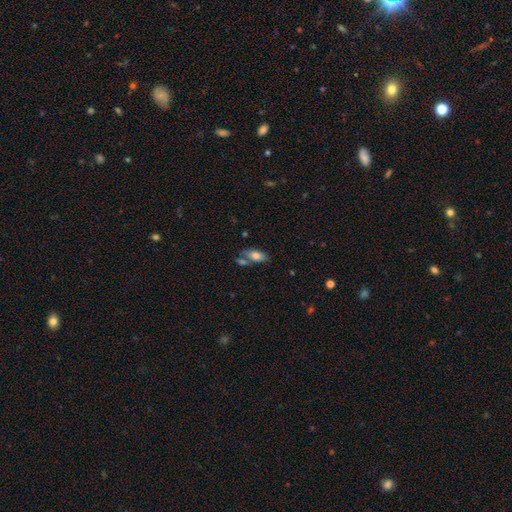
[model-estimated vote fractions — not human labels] Overall: smooth (74%). How rounded: in between (85%). Merging: none (58%; merger 23%).